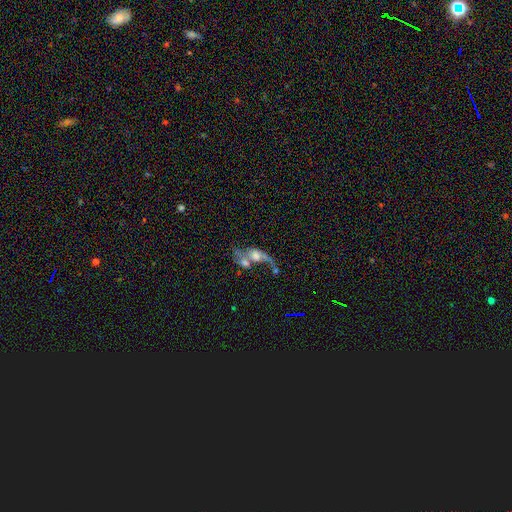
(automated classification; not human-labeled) Smooth or featured? featured or disk (61%)
Edge-on disk? no (90%)
Bar? no (70%)
Spiral arms? yes (65%)
Bulge size? moderate (36%)
Merging? merger (57%)